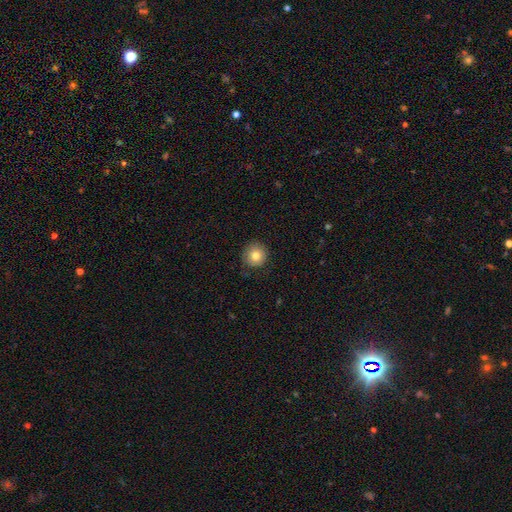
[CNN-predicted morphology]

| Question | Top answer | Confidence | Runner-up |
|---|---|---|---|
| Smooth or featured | smooth | 78% | featured or disk (13%) |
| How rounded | round | 94% | in between (5%) |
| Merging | none | 83% | minor disturbance (12%) |